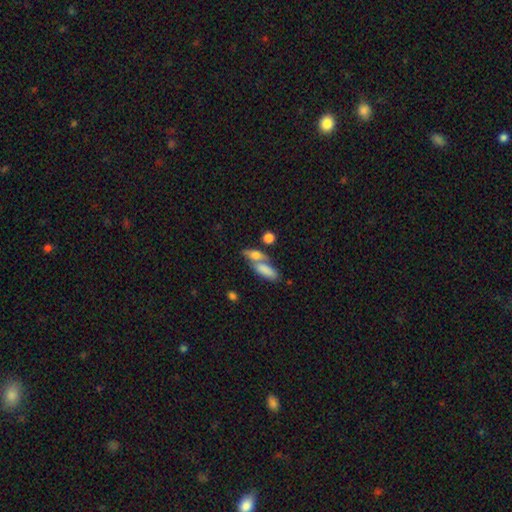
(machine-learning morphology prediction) This is likely a smooth galaxy (72%). How rounded: likely in between (61%). Merging: marginally merger (42%).